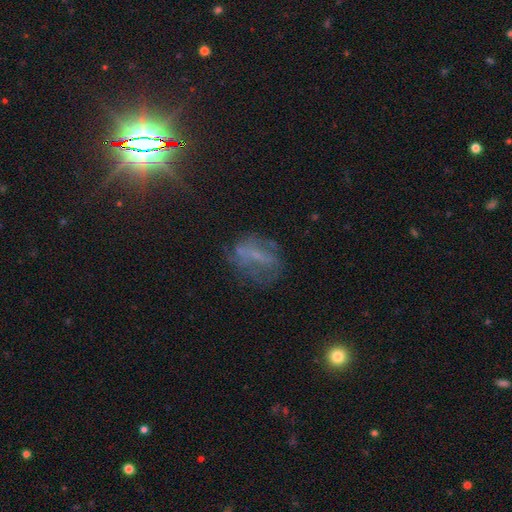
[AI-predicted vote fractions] The model was most divided on "smooth or featured": featured or disk: 46%, smooth: 29%, star or artifact: 25%. More confident: merging — none (50%).